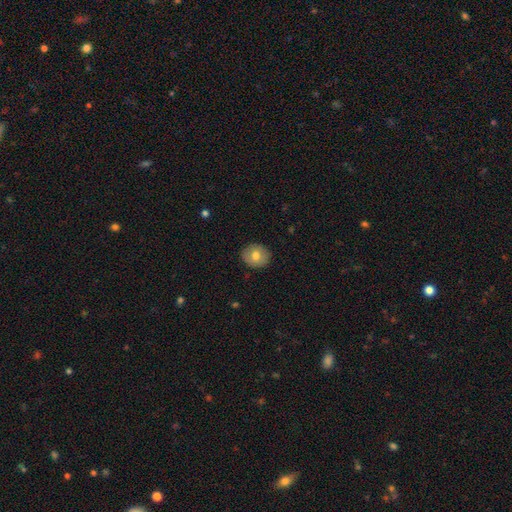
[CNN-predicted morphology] The model was most divided on "how rounded": round: 74%, in between: 25%, cigar-shaped: 1%. More confident: merging — none (89%); smooth or featured — smooth (74%).